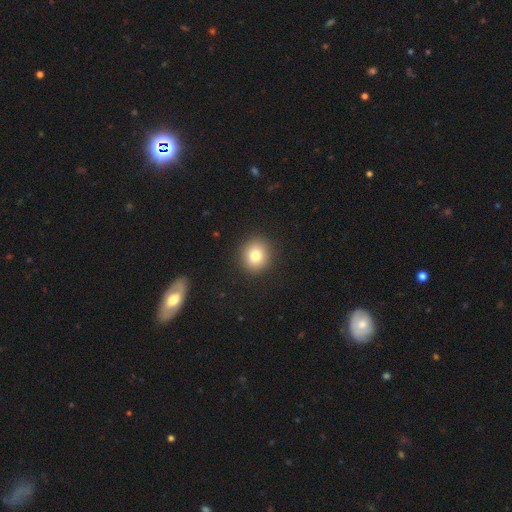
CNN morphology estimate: smooth 80%, star or artifact 11%, featured or disk 9%. Down the decision tree: how rounded — round (84%); merging — none (91%).